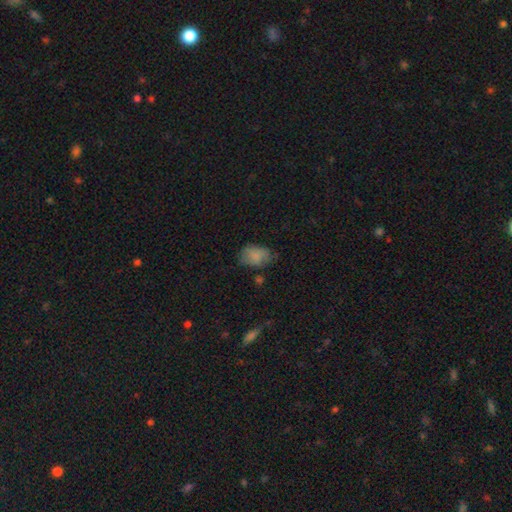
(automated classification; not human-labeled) smooth_or_featured: smooth (p=0.80) [alt: featured or disk p=0.12]
how_rounded: in between (p=0.82) [alt: round p=0.17]
merging: none (p=0.58) [alt: minor disturbance p=0.29]